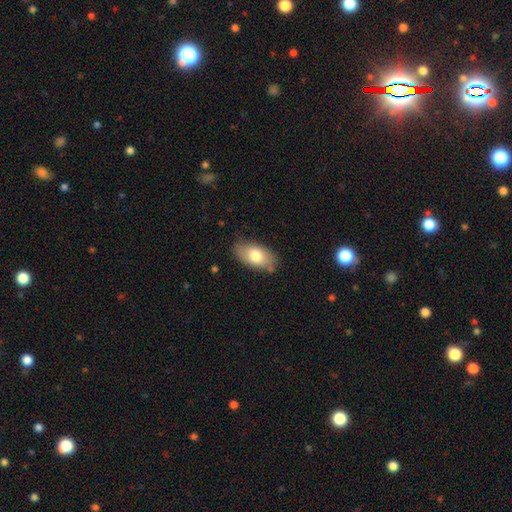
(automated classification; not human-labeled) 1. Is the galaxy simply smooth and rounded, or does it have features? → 77% smooth, 17% featured or disk, 6% star or artifact.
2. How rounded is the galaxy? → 93% in between, 4% round, 3% cigar-shaped.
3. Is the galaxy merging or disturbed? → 78% none, 17% minor disturbance, 3% major disturbance, 2% merger.